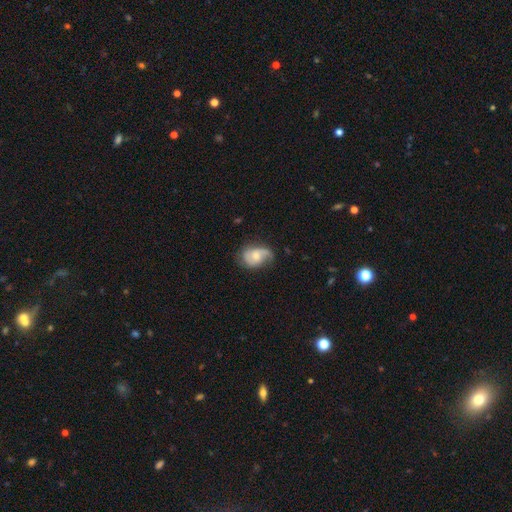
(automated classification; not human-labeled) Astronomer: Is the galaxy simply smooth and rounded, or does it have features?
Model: featured or disk — 57% (runner-up: smooth, 36%).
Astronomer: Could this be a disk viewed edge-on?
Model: no — 97%.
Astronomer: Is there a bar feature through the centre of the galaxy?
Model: no — 65%.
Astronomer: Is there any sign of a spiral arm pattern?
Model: yes — 86%.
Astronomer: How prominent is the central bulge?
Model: moderate — 53% (runner-up: small, 35%).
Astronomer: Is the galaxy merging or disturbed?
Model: none — 55%.